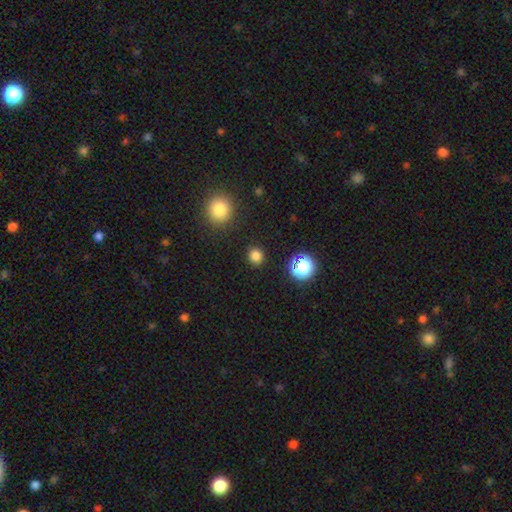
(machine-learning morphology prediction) Smooth or featured? Predicted: smooth (p=0.79). How rounded? Predicted: round (p=0.88). Merging? Predicted: none (p=0.90).